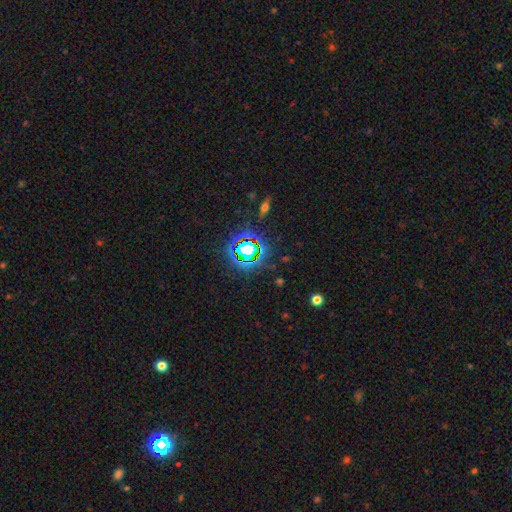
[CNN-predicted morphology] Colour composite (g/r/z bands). It shows a star or artifact, not a galaxy (77%).